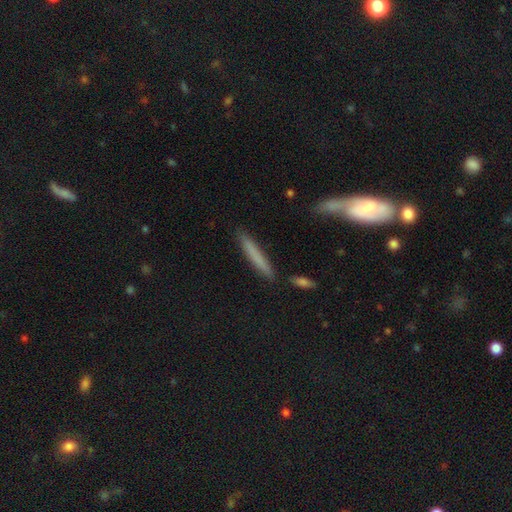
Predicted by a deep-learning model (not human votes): smooth-or-featured: smooth: 71% | featured or disk: 23% | star or artifact: 7%
  how-rounded: cigar-shaped: 94% | in between: 4% | round: 1%
  merging: none: 81% | minor disturbance: 10% | merger: 6% | major disturbance: 3%